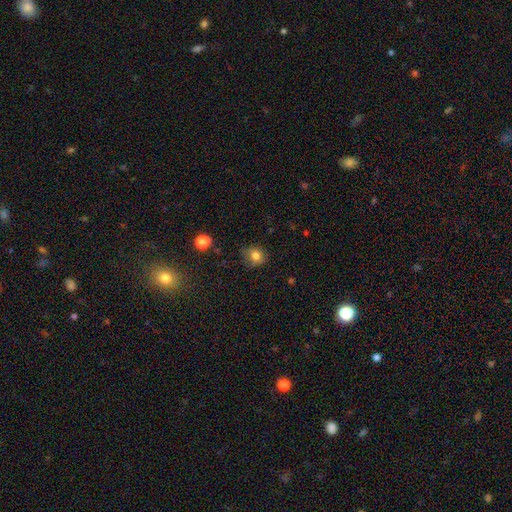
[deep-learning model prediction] smooth 81%, star or artifact 12%, featured or disk 8%. Down the decision tree: how rounded — round (73%); merging — none (71%).